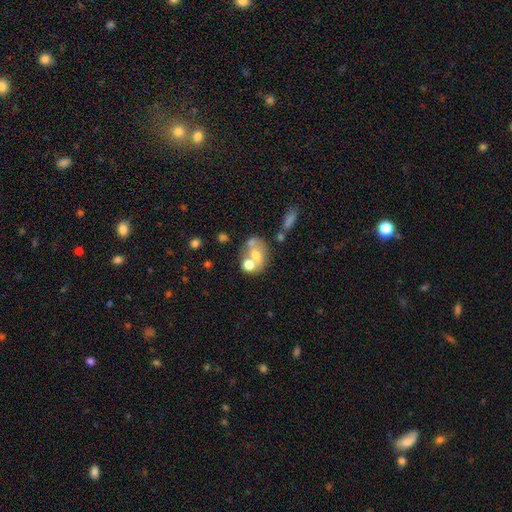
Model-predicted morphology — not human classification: Q: Smooth or featured?
A: smooth (55%); runner-up: featured or disk (33%)
Q: How rounded?
A: in between (56%); runner-up: round (42%)
Q: Merging?
A: merger (47%); runner-up: none (33%)